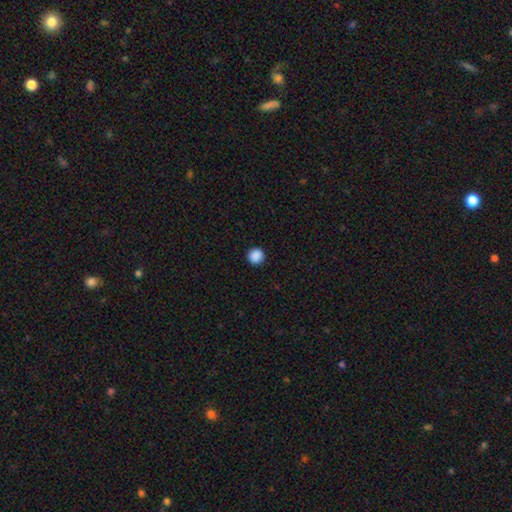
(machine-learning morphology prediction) Smooth or featured? smooth (88%)
How rounded? round (95%)
Merging? none (93%)